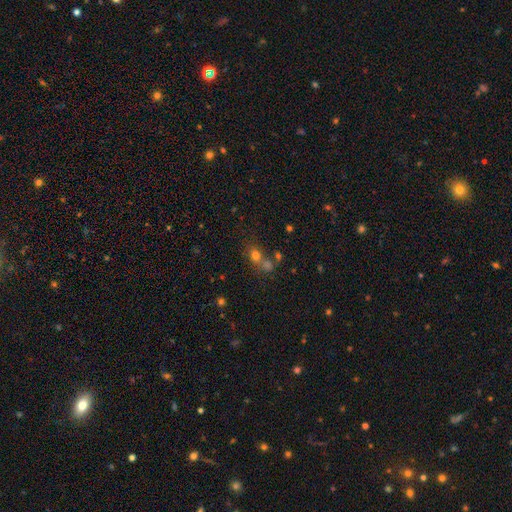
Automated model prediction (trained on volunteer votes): smooth_or_featured: smooth (p=0.70) [alt: star or artifact p=0.19]
how_rounded: round (p=0.61) [alt: in between p=0.37]
merging: none (p=0.45) [alt: merger p=0.39]